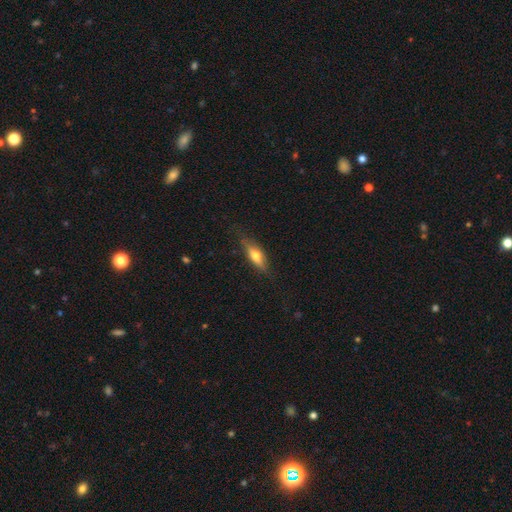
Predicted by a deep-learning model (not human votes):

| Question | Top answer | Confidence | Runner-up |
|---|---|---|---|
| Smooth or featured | smooth | 55% | featured or disk (38%) |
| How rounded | in between | 51% | cigar-shaped (46%) |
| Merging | none | 77% | minor disturbance (18%) |